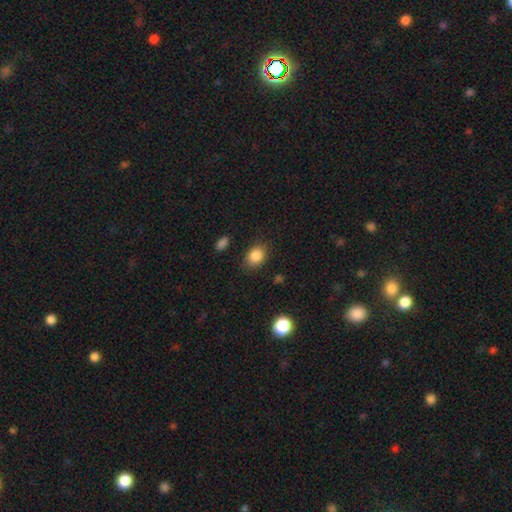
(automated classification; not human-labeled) smooth-or-featured: smooth: 86% | star or artifact: 9% | featured or disk: 5%
  how-rounded: in between: 61% | round: 38% | cigar-shaped: 1%
  merging: none: 81% | minor disturbance: 13% | major disturbance: 4% | merger: 2%